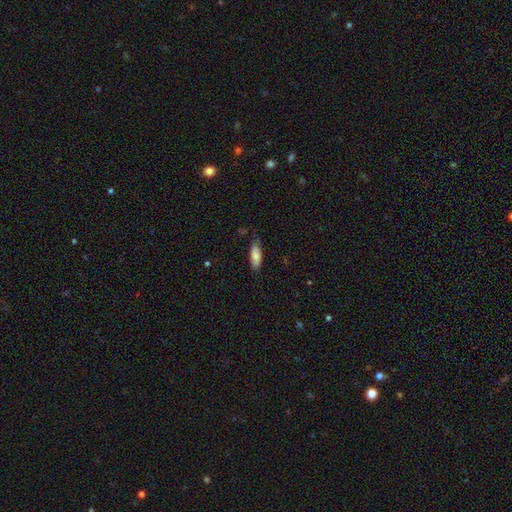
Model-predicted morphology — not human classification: smooth 80%, featured or disk 13%, star or artifact 6%. Down the decision tree: how rounded — in between (71%); merging — none (71%).